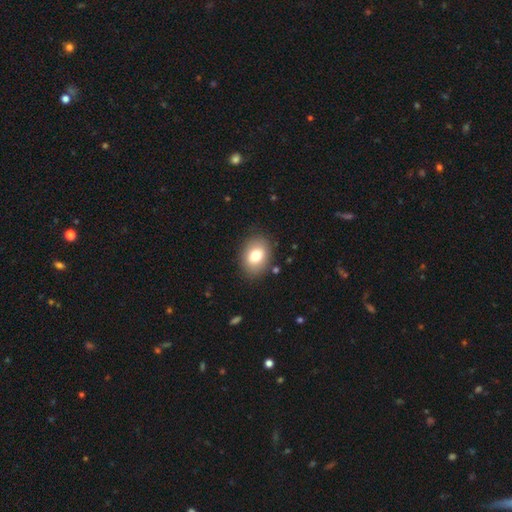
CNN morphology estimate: type=smooth (77%); roundness=in between (70%); merging=none (86%).